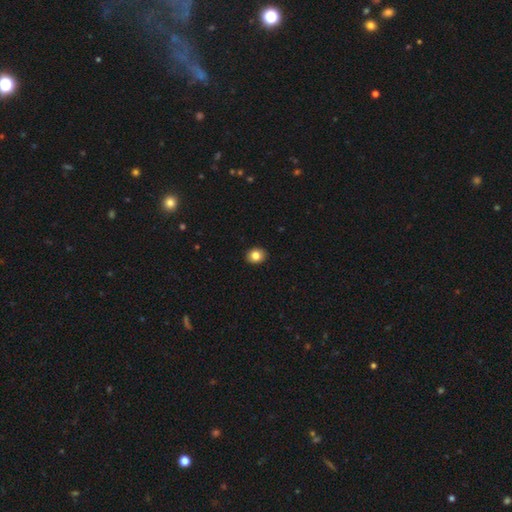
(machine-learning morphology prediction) smooth_or_featured: smooth (p=0.83) [alt: star or artifact p=0.10]
how_rounded: round (p=0.62) [alt: in between p=0.37]
merging: none (p=0.91) [alt: minor disturbance p=0.06]